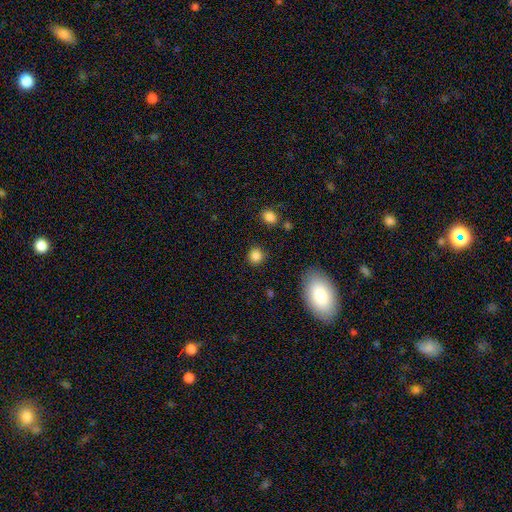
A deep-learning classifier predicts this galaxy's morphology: A smooth galaxy with no disk features (85%) that is round (84%). Merging: none (87%).